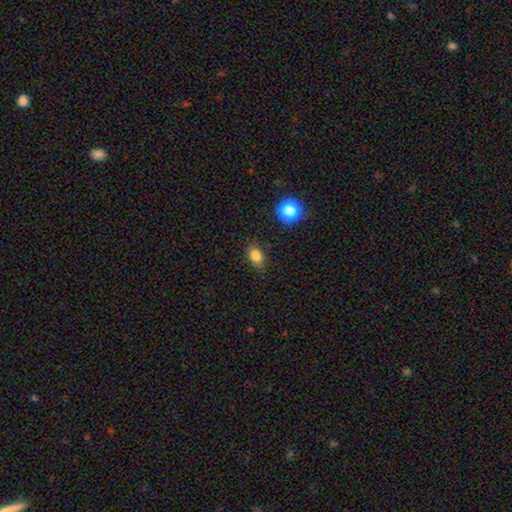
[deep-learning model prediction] Q: Smooth or featured?
A: smooth (82%); runner-up: star or artifact (12%)
Q: How rounded?
A: in between (75%); runner-up: round (22%)
Q: Merging?
A: none (80%); runner-up: minor disturbance (15%)